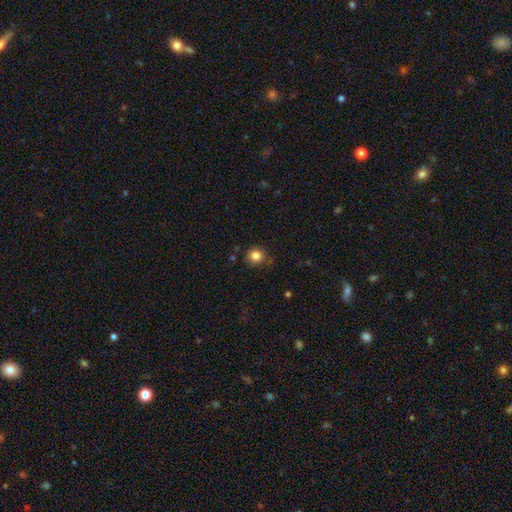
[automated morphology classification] smooth-or-featured: smooth: 84% | star or artifact: 11% | featured or disk: 5%
  how-rounded: round: 88% | in between: 11% | cigar-shaped: 1%
  merging: none: 80% | minor disturbance: 15% | major disturbance: 3% | merger: 2%